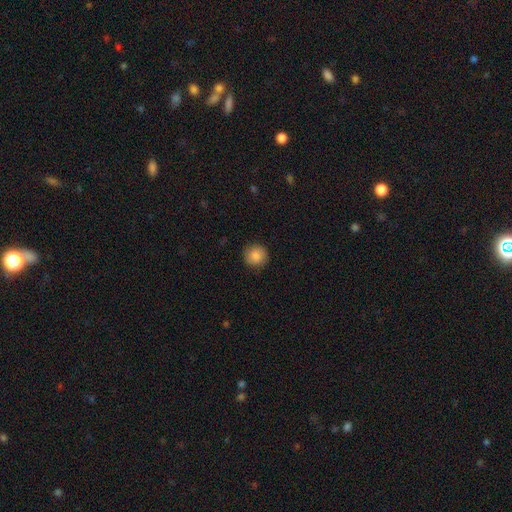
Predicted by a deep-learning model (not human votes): Smooth or featured?
  - smooth: 86% *
  - star or artifact: 8%
  - featured or disk: 6%
How rounded?
  - round: 93% *
  - in between: 6%
  - cigar-shaped: 1%
Merging?
  - none: 89% *
  - minor disturbance: 8%
  - major disturbance: 2%
  - merger: 1%